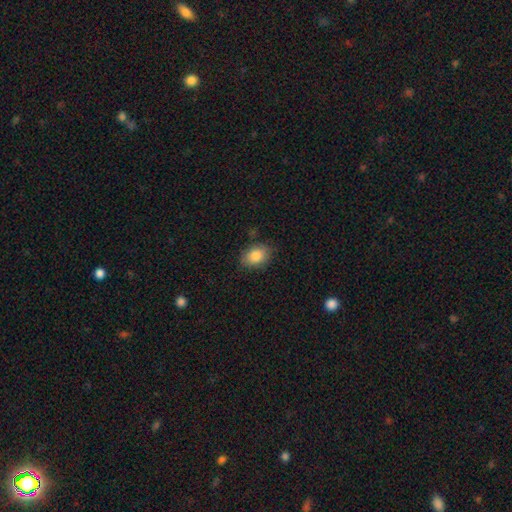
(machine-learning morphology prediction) Q: Smooth or featured?
A: smooth (85%); runner-up: star or artifact (8%)
Q: How rounded?
A: in between (74%); runner-up: round (24%)
Q: Merging?
A: none (80%); runner-up: minor disturbance (15%)